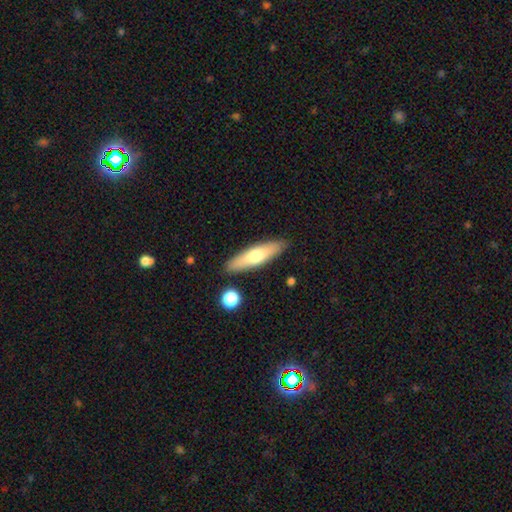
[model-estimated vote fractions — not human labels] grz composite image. It shows a smooth galaxy with no disk features (62%) that is cigar-shaped (68%). Merging: none (86%).